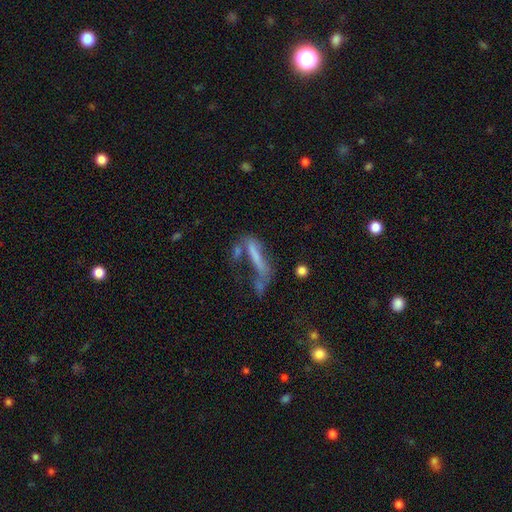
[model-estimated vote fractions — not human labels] smooth-or-featured: smooth: 51% | featured or disk: 34% | star or artifact: 14%
  how-rounded: cigar-shaped: 83% | in between: 14% | round: 3%
  merging: major disturbance: 31% | none: 28% | merger: 25% | minor disturbance: 16%